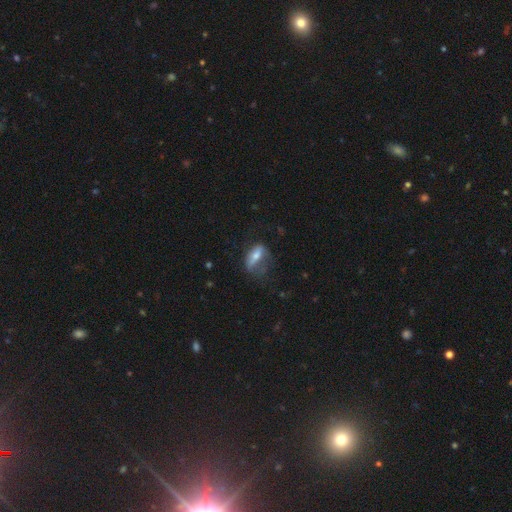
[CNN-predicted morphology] The model was most divided on "merging": none: 37%, major disturbance: 33%, minor disturbance: 28%, merger: 3%. More confident: how rounded — in between (72%); smooth or featured — smooth (54%).